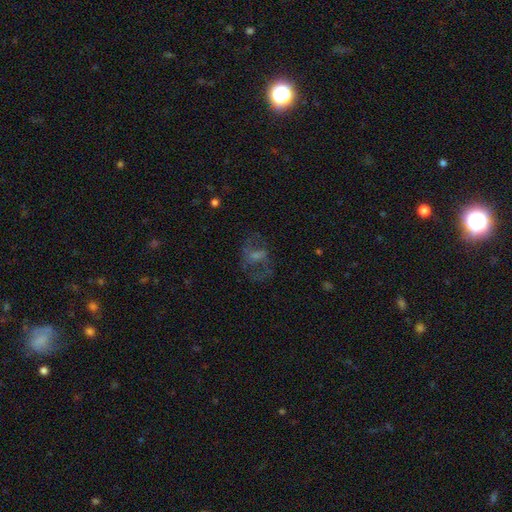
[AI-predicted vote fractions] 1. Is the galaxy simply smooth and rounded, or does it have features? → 56% featured or disk, 26% smooth, 19% star or artifact.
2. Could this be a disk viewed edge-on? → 96% no, 4% yes.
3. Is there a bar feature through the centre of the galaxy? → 46% no, 40% weak, 14% strong.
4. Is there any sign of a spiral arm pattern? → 58% yes, 42% no.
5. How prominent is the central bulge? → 43% small, 28% moderate, 23% none, 4% large, 1% dominant.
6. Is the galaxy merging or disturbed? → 59% none, 23% major disturbance, 16% minor disturbance, 2% merger.